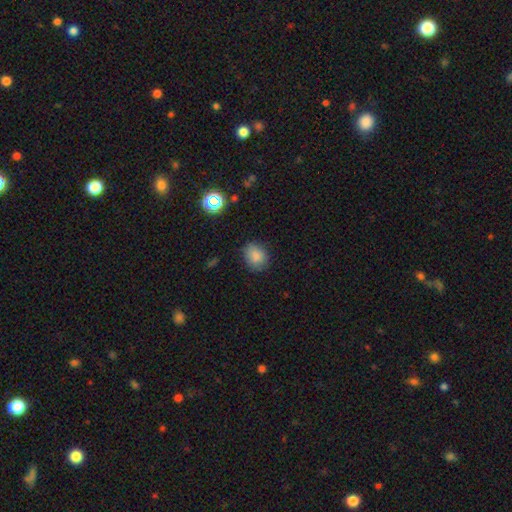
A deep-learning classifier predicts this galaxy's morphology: Smooth or featured?
  - smooth: 84% *
  - star or artifact: 11%
  - featured or disk: 5%
How rounded?
  - round: 59% *
  - in between: 40%
  - cigar-shaped: 1%
Merging?
  - none: 79% *
  - minor disturbance: 16%
  - major disturbance: 4%
  - merger: 2%